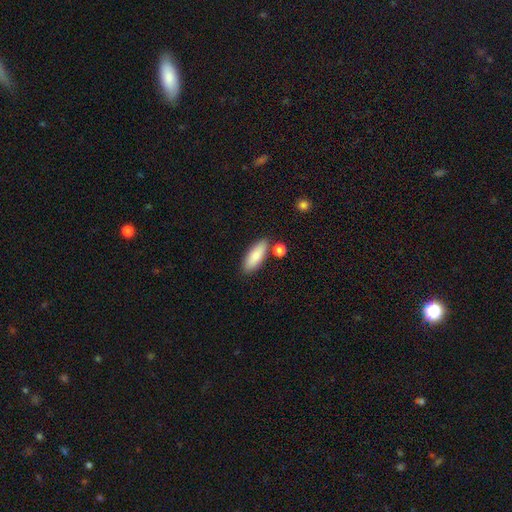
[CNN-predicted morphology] Smooth or featured?
  - smooth: 84% *
  - featured or disk: 10%
  - star or artifact: 6%
How rounded?
  - in between: 69% *
  - cigar-shaped: 29%
  - round: 2%
Merging?
  - none: 78% *
  - minor disturbance: 12%
  - merger: 8%
  - major disturbance: 3%